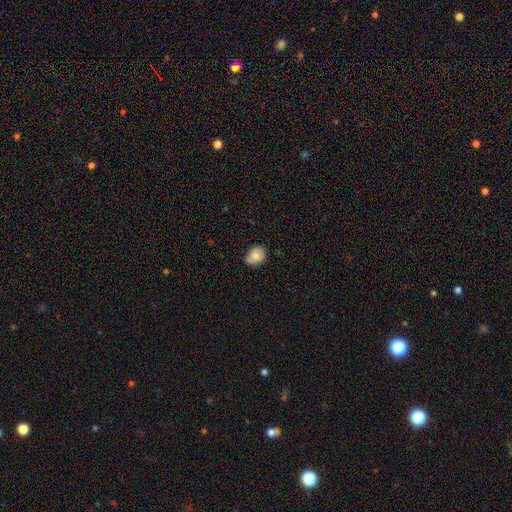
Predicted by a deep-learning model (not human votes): A smooth galaxy with no disk features (73%) that is round (52%). Merging: none (62%).